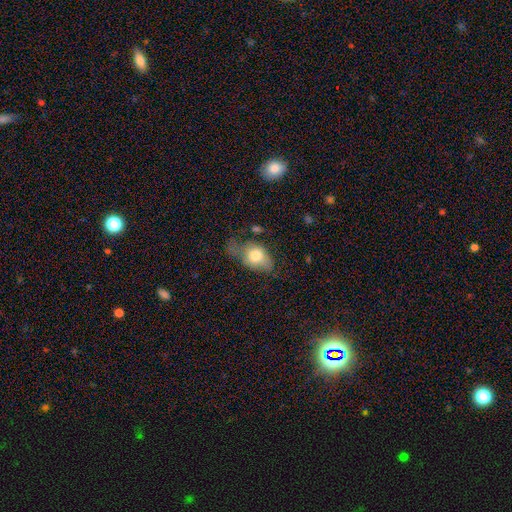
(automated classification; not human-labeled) Smooth or featured?
  - smooth: 72% *
  - featured or disk: 20%
  - star or artifact: 8%
How rounded?
  - in between: 82% *
  - round: 16%
  - cigar-shaped: 2%
Merging?
  - minor disturbance: 33% * (tied)
  - major disturbance: 33% * (tied)
  - none: 29%
  - merger: 5%